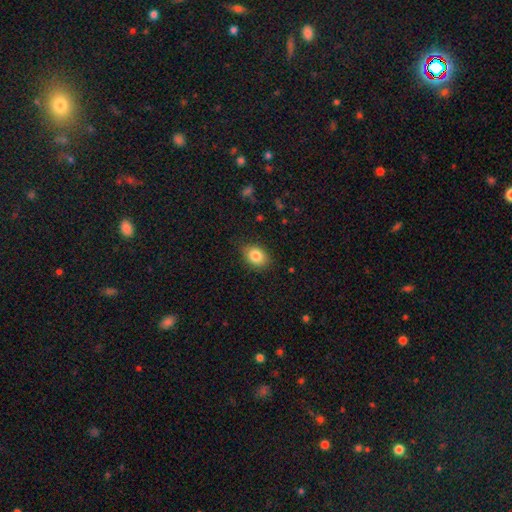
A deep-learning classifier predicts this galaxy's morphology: type=smooth (85%); roundness=in between (70%); merging=none (83%).